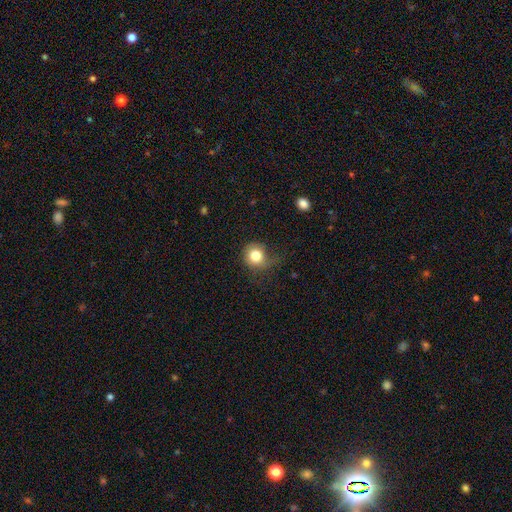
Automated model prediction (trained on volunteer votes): Smooth or featured? smooth (80%)
How rounded? round (82%)
Merging? none (51%)